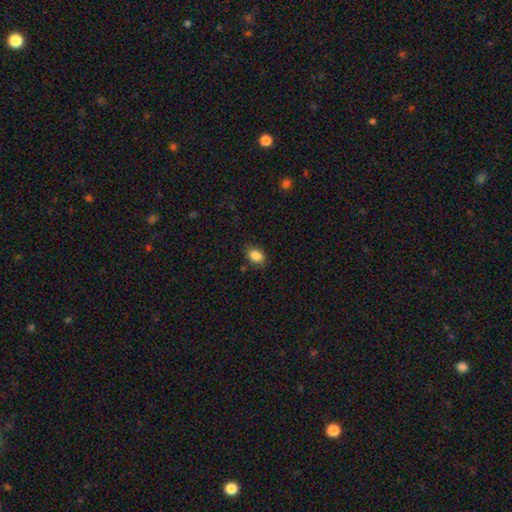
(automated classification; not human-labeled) A smooth galaxy with no disk features (86%) that is in between round and cigar-shaped (74%).

Vote fractions:
- Smooth or featured? smooth: 86% / star or artifact: 9% / featured or disk: 5%
- How rounded? in between: 74% / round: 25% / cigar-shaped: 1%
- Merging? none: 82% / minor disturbance: 14% / major disturbance: 3% / merger: 1%